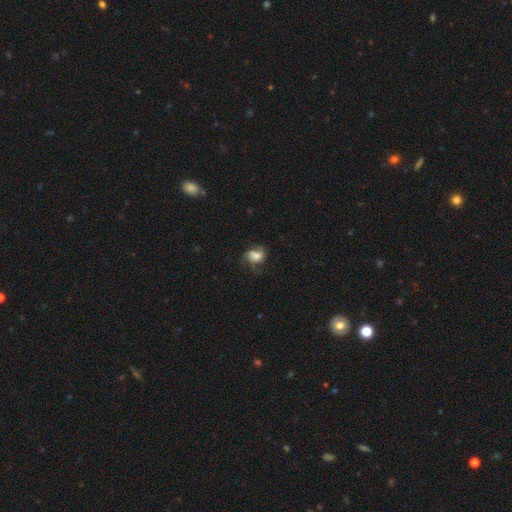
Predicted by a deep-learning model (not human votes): Smooth or featured? featured or disk (47%)
Merging? none (49%)